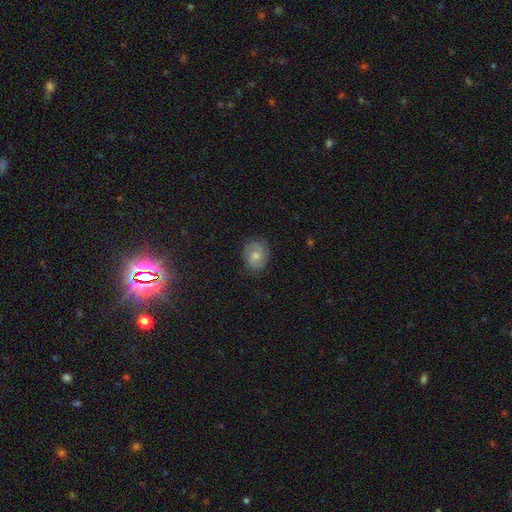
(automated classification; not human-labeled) smooth_or_featured: featured or disk (p=0.64) [alt: smooth p=0.27]
disk_edge_on: no (p=0.98) [alt: yes p=0.02]
bar: no (p=0.58) [alt: weak p=0.37]
has_spiral_arms: yes (p=0.93) [alt: no p=0.07]
spiral_winding: medium (p=0.44) [alt: tight p=0.43]
spiral_arm_count: 2 (p=0.84) [alt: can't tell p=0.08]
bulge_size: moderate (p=0.58) [alt: small p=0.31]
merging: none (p=0.80) [alt: minor disturbance p=0.15]